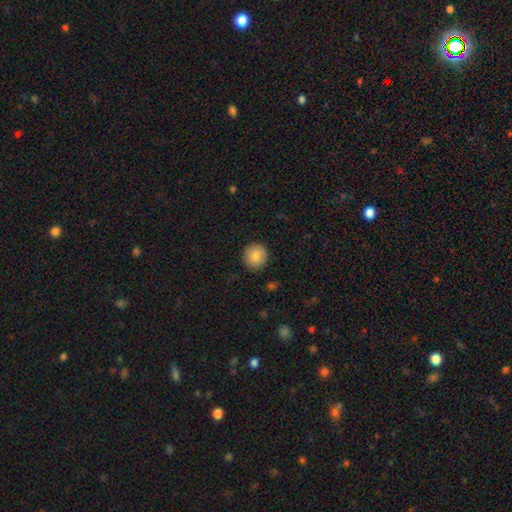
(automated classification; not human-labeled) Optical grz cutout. It shows a smooth galaxy with no disk features (85%) that is round (92%). Merging: none (91%).